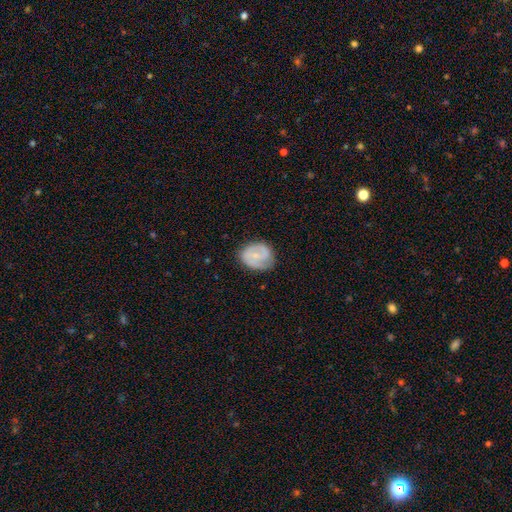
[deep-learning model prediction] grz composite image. It shows a featured or disk galaxy (64%) with no bar (47%), 2 (70%) tight (43%) spiral arms (86%) and a small central bulge (65%). Merging: none (73%).